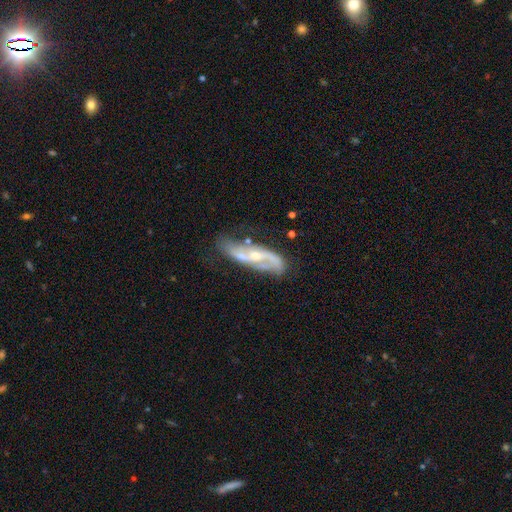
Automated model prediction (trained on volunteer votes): Smooth or featured? Predicted: featured or disk (p=0.83). Edge-on disk? Predicted: no (p=0.88). Bar? Predicted: no (p=0.45). Spiral arms? Predicted: yes (p=0.91). Spiral winding? Predicted: loose (p=0.50). Spiral arm count? Predicted: 2 (p=0.83). Bulge size? Predicted: small (p=0.50). Merging? Predicted: none (p=0.53).